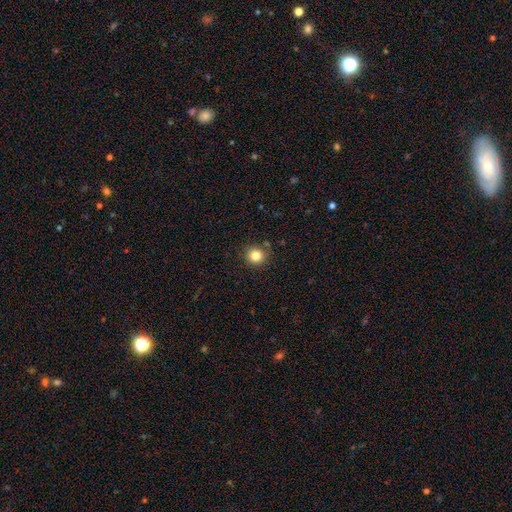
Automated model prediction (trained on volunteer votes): The model was most divided on "smooth or featured": smooth: 82%, star or artifact: 12%, featured or disk: 6%. More confident: how rounded — round (91%); merging — none (87%).